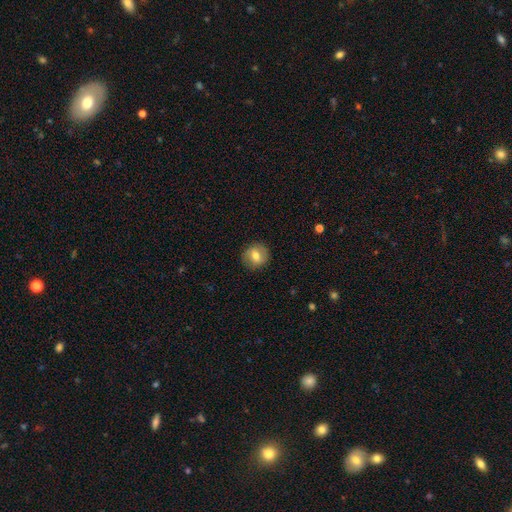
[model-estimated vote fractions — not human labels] The model was most divided on "smooth or featured": smooth: 66%, featured or disk: 25%, star or artifact: 9%. More confident: merging — none (87%); how rounded — round (85%).